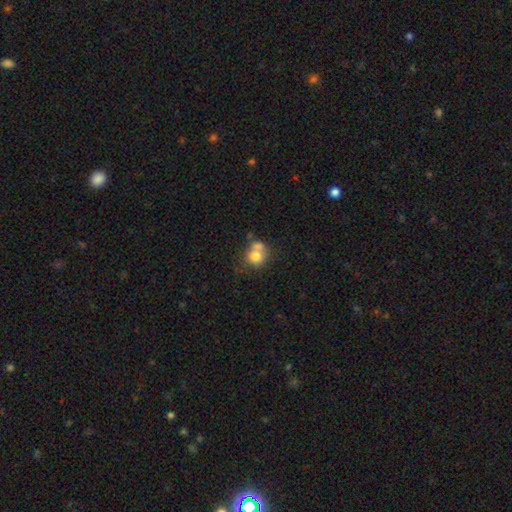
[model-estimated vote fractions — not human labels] Overall: smooth (74%). How rounded: round (76%). Merging: merger (43%; none 36%).